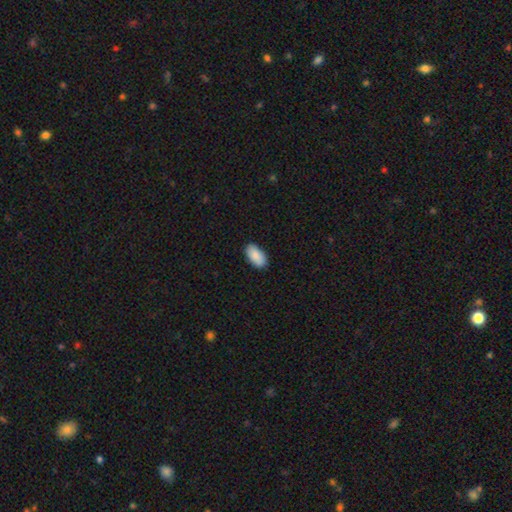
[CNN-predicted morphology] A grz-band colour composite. It shows a smooth galaxy with no disk features (89%) that is in between round and cigar-shaped (95%). Merging: none (88%).